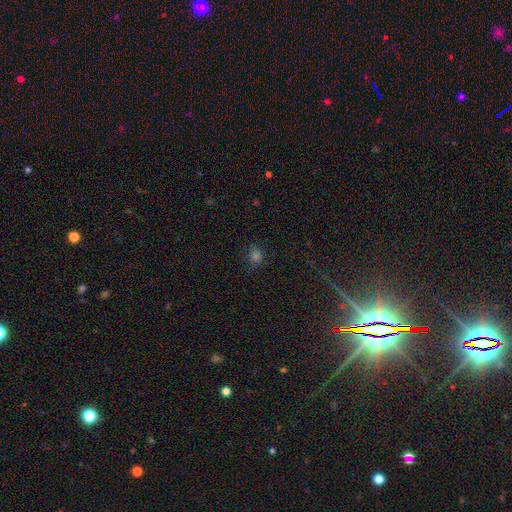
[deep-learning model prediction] The model was most divided on "smooth or featured": smooth: 65%, star or artifact: 29%, featured or disk: 6%. More confident: merging — none (83%); how rounded — round (75%).